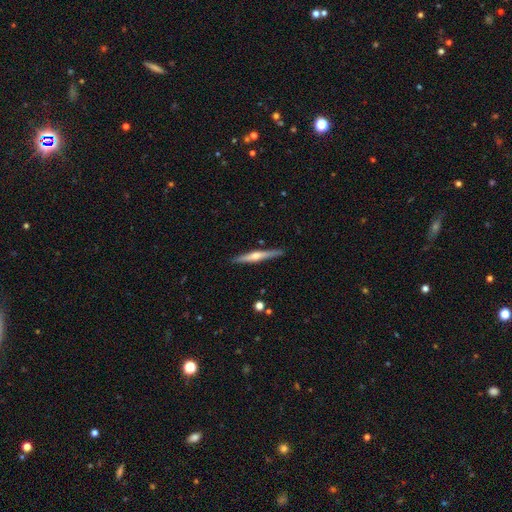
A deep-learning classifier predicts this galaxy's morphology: Smooth or featured? Predicted: featured or disk (p=0.67). Edge-on disk? Predicted: yes (p=0.98). Edge-on bulge? Predicted: rounded (p=0.86). Merging? Predicted: none (p=0.90).